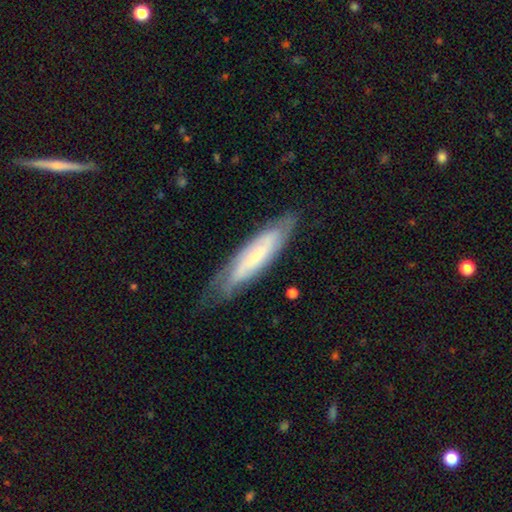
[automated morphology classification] featured or disk 65%, smooth 28%, star or artifact 6%. Down the decision tree: edge-on disk — no (62%); merging — none (71%).